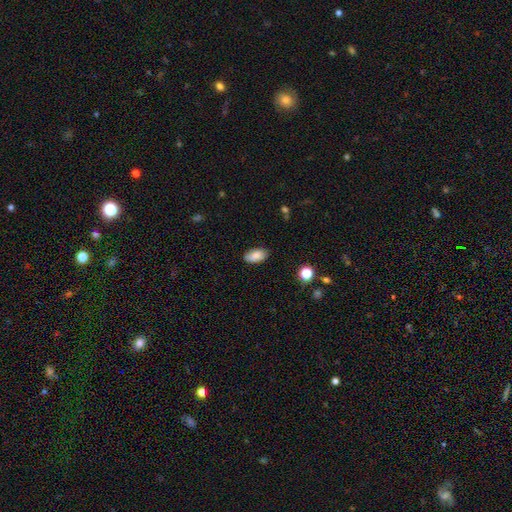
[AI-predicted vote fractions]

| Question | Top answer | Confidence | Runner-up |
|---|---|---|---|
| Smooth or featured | smooth | 85% | star or artifact (8%) |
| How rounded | in between | 94% | round (4%) |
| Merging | none | 84% | minor disturbance (12%) |